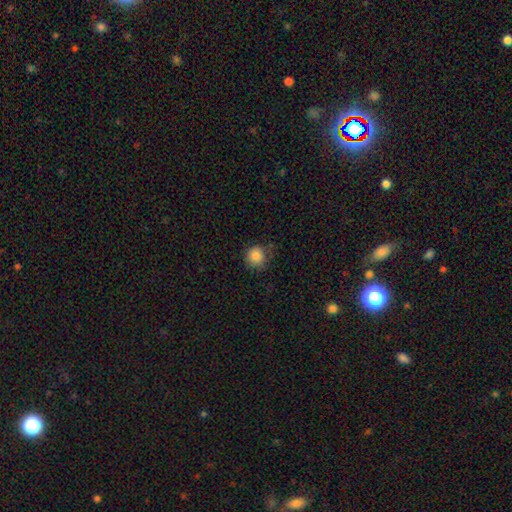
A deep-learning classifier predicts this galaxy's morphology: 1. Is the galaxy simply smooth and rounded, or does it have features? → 85% smooth, 10% star or artifact, 5% featured or disk.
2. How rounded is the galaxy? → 91% round, 8% in between, 1% cigar-shaped.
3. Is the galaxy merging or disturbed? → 74% none, 19% minor disturbance, 5% major disturbance, 2% merger.